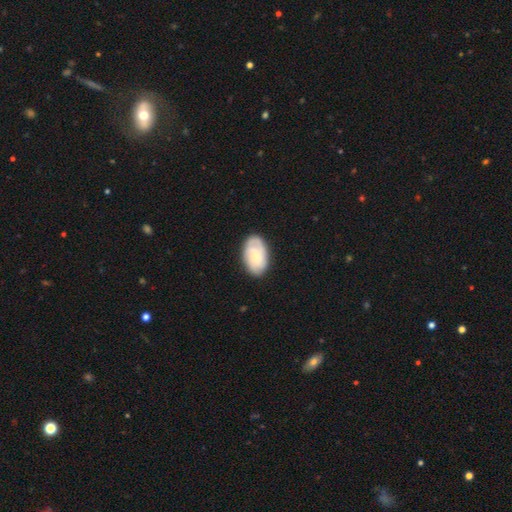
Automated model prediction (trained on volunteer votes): Smooth or featured? smooth (50%)
How rounded? in between (91%)
Merging? none (79%)